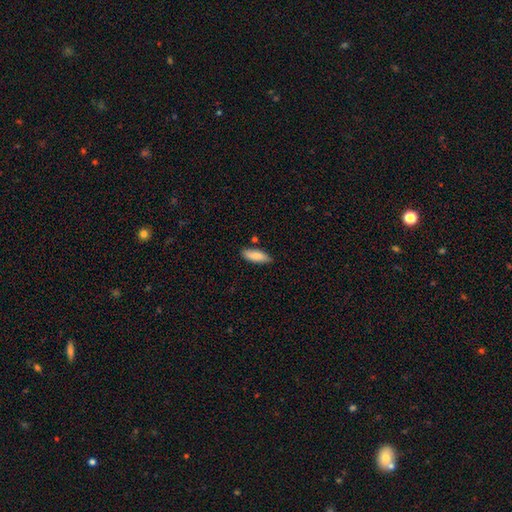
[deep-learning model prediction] smooth_or_featured: smooth (p=0.85) [alt: featured or disk p=0.09]
how_rounded: in between (p=0.66) [alt: cigar-shaped p=0.32]
merging: none (p=0.80) [alt: minor disturbance p=0.14]